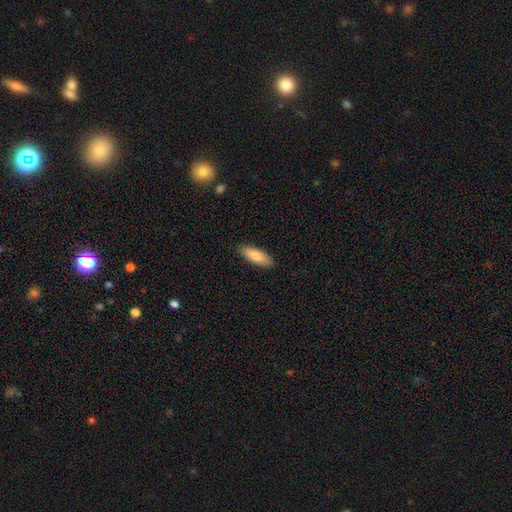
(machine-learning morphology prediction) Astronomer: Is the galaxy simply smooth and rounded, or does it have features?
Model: smooth — 77%.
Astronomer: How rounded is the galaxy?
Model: in between — 69%.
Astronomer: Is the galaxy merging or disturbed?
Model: none — 89%.